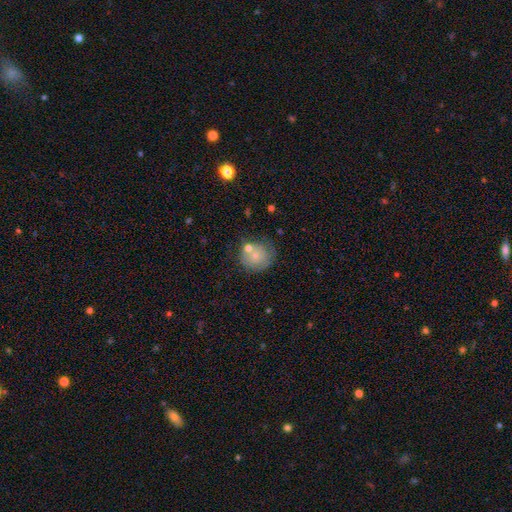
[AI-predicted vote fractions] The model was most divided on "merging": none: 54%, minor disturbance: 20%, merger: 18%, major disturbance: 8%. More confident: how rounded — round (83%); smooth or featured — smooth (65%).